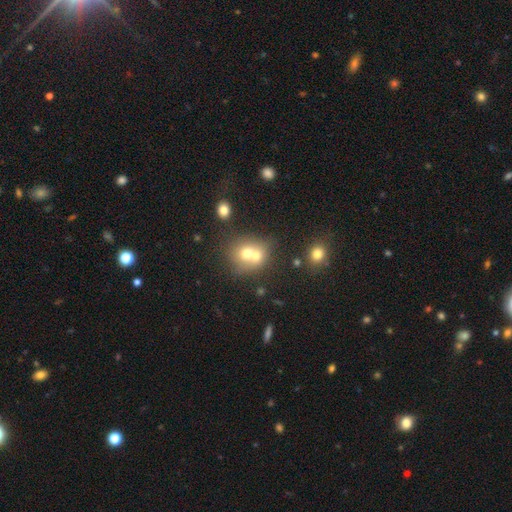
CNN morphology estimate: smooth_or_featured: smooth (p=0.66) [alt: featured or disk p=0.21]
how_rounded: round (p=0.76) [alt: in between p=0.23]
merging: merger (p=0.60) [alt: none p=0.30]